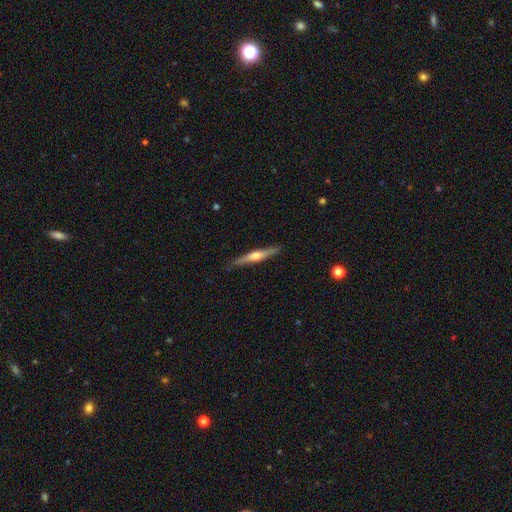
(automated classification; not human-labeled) This appears to be a featured or disk galaxy (62%) viewed edge-on (97%) with a rounded central bulge (85%). Merging: none (86%).